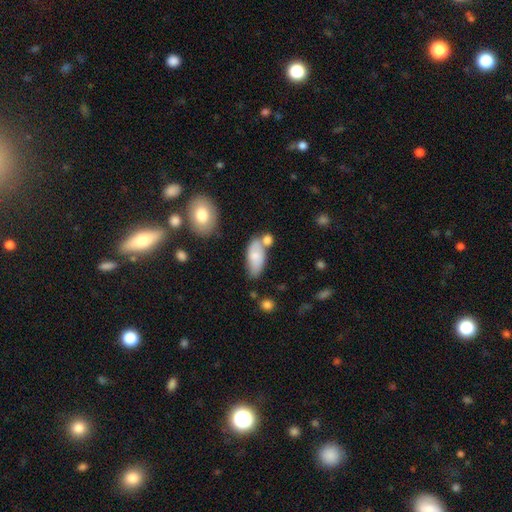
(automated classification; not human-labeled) A smooth galaxy with no disk features (72%) that is in between round and cigar-shaped (88%). Merging: none (49%).